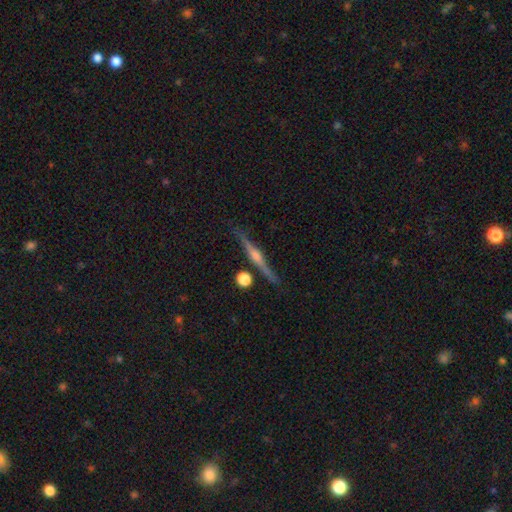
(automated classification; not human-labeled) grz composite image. It shows a featured or disk galaxy (81%) viewed edge-on (98%) with a rounded central bulge (87%). Merging: none (87%).